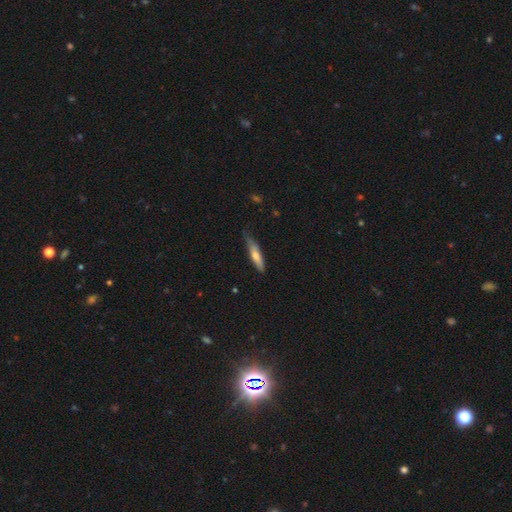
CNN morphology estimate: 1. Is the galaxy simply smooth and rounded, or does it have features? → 62% smooth, 32% featured or disk, 6% star or artifact.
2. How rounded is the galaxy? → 79% cigar-shaped, 19% in between, 2% round.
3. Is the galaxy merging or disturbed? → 61% none, 32% minor disturbance, 6% major disturbance, 2% merger.